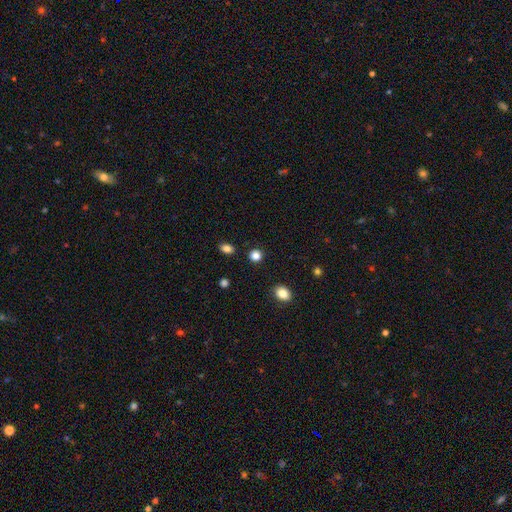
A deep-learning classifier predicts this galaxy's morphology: Overall: smooth (84%). How rounded: round (80%). Merging: none (88%).